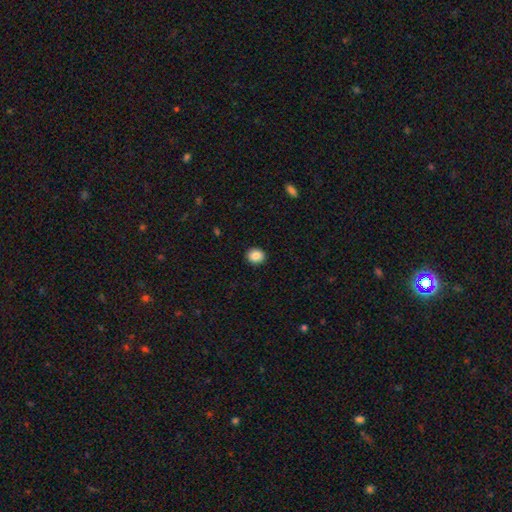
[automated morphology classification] A smooth galaxy with no disk features (87%) that is round (70%). Merging: none (92%).